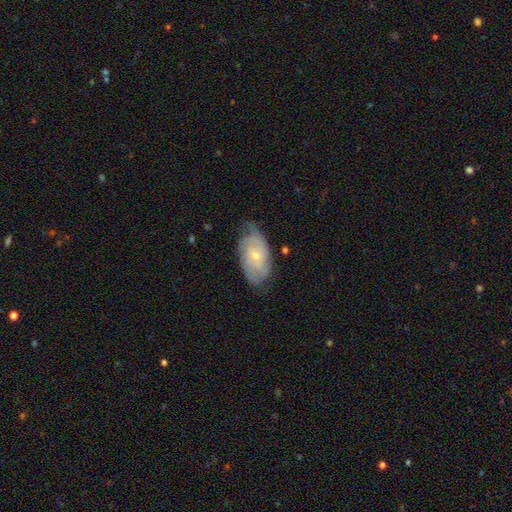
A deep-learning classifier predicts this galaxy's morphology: Q: Smooth or featured?
A: featured or disk (72%); runner-up: smooth (22%)
Q: Edge-on disk?
A: no (95%); runner-up: yes (5%)
Q: Bar?
A: no (73%); runner-up: weak (23%)
Q: Spiral arms?
A: yes (90%); runner-up: no (10%)
Q: Spiral winding?
A: tight (64%); runner-up: medium (28%)
Q: Spiral arm count?
A: can't tell (41%); runner-up: 2 (32%)
Q: Bulge size?
A: small (67%); runner-up: moderate (30%)
Q: Merging?
A: none (64%); runner-up: minor disturbance (26%)